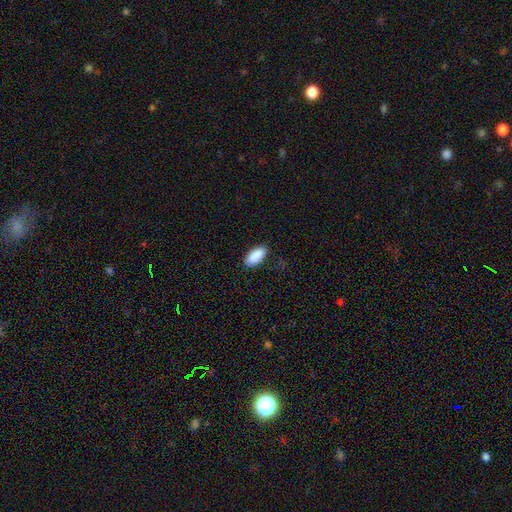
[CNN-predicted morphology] This appears to be a smooth galaxy with no disk features (91%) that is in between round and cigar-shaped (90%). Merging: none (86%).